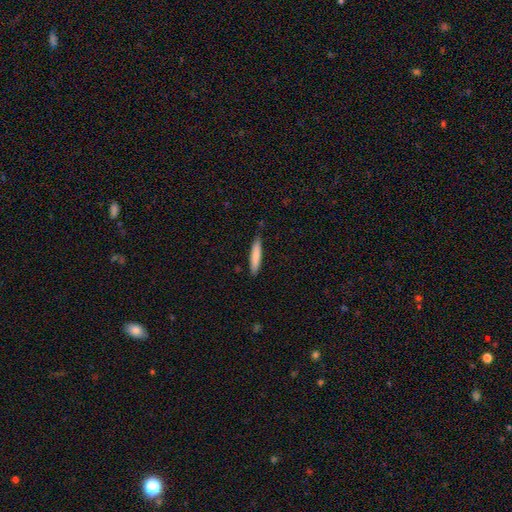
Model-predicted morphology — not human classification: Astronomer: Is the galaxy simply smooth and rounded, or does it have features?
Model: smooth — 80%.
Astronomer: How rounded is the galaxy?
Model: cigar-shaped — 90%.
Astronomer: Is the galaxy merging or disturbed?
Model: none — 84%.